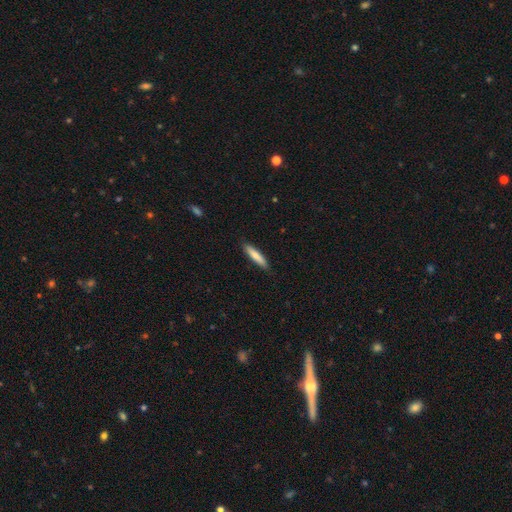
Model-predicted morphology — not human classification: smooth 76%, featured or disk 18%, star or artifact 5%. Down the decision tree: how rounded — cigar-shaped (85%); merging — none (88%).